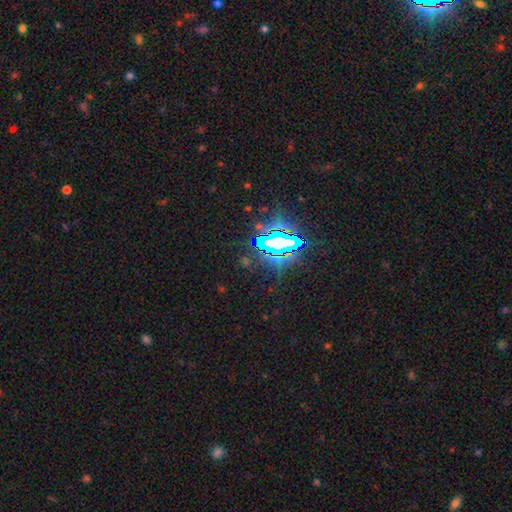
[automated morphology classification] smooth_or_featured: star or artifact (p=0.82) [alt: smooth p=0.10]